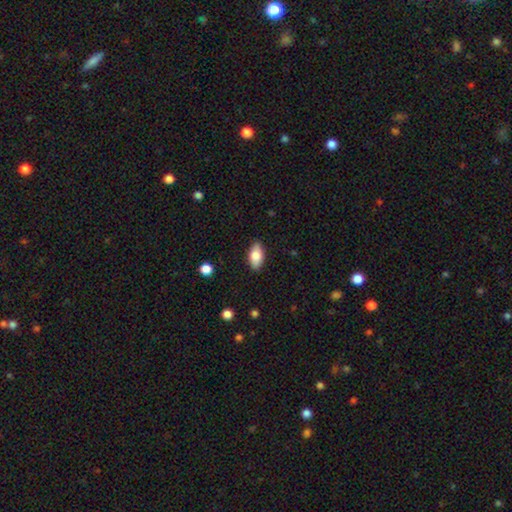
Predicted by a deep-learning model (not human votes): Q: Smooth or featured?
A: smooth (78%); runner-up: featured or disk (15%)
Q: How rounded?
A: in between (91%); runner-up: cigar-shaped (6%)
Q: Merging?
A: none (86%); runner-up: minor disturbance (10%)